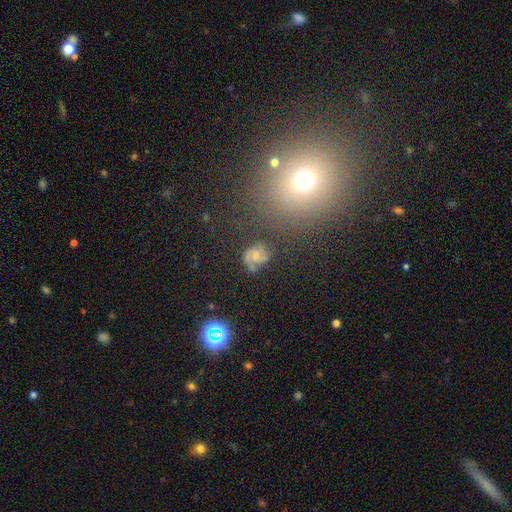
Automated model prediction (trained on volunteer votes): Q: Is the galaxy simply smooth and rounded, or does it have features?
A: featured or disk — 70%.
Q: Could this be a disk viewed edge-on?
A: no — 98%.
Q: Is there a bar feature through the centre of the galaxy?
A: no — 58%.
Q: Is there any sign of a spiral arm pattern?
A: yes — 92%.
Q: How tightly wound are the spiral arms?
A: medium — 50%.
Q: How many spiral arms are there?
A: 2 — 78%.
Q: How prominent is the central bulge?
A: small — 51%.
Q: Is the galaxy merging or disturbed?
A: none — 59%.